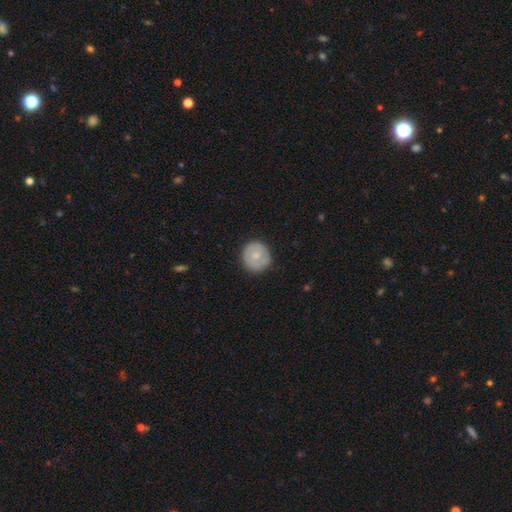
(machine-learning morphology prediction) This is likely a smooth galaxy (72%). How rounded: clearly round (89%). Merging: clearly none (84%).